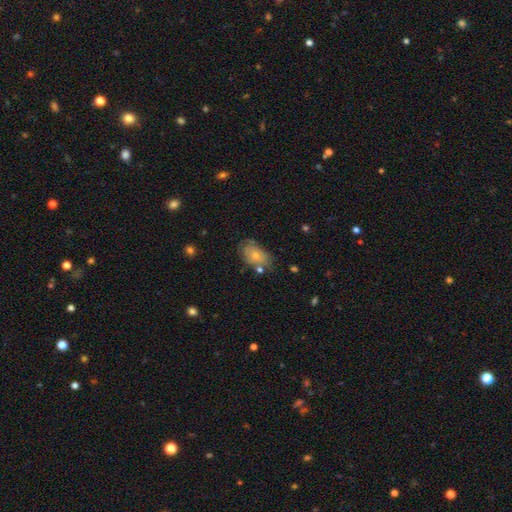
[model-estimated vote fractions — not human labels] A smooth galaxy with no disk features (45%). Merging: none (64%).